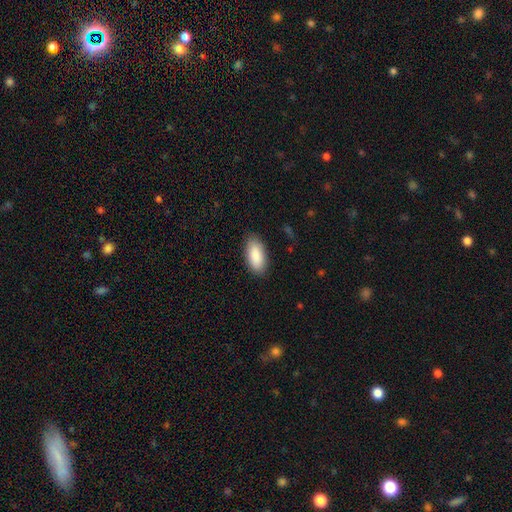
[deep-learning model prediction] Smooth or featured? smooth (89%)
How rounded? in between (91%)
Merging? none (86%)